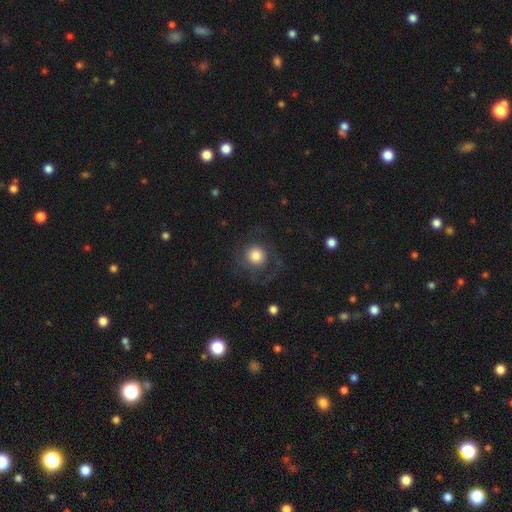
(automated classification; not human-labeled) Morphology: type=smooth (65%); roundness=round (91%); merging=none (62%).